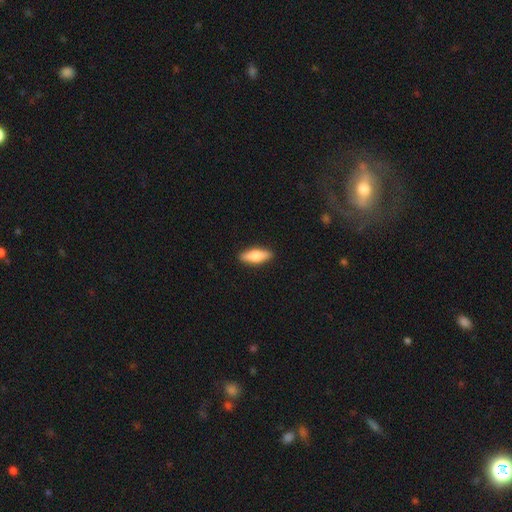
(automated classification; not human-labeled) Smooth or featured: smooth — 68% (featured or disk — 27%)
How rounded: in between — 58% (cigar-shaped — 39%)
Merging: none — 90% (minor disturbance — 7%)